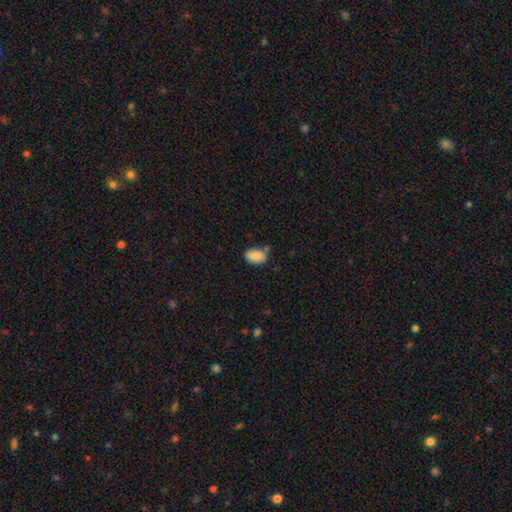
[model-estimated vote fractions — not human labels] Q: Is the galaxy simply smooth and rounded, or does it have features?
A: smooth — 86%.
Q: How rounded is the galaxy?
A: in between — 87%.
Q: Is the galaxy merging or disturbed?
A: none — 68%.